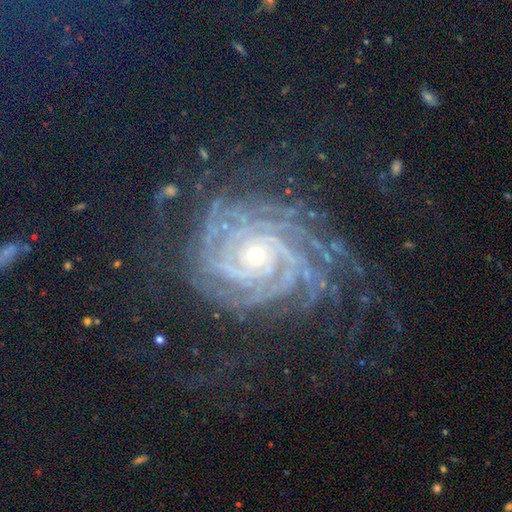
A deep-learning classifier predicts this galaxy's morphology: The model was most divided on "spiral arm count": can't tell: 25%, more than 4: 18%, 4: 16%, 2: 15%, 3: 14%, 1: 12%. More confident: spiral arms — yes (98%); edge-on disk — no (97%); spiral winding — tight (80%); bar — no (76%); smooth or featured — featured or disk (74%); merging — none (74%); bulge size — small (64%).